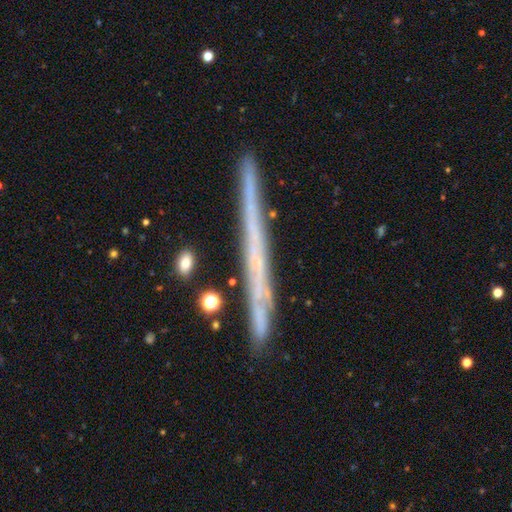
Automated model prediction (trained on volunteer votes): Smooth or featured?
  - featured or disk: 61% *
  - smooth: 29%
  - star or artifact: 10%
Edge-on disk?
  - yes: 95% *
  - no: 5%
Edge-on bulge?
  - none: 90% *
  - rounded: 7%
  - boxy: 3%
Merging?
  - none: 86% *
  - minor disturbance: 10%
  - merger: 2%
  - major disturbance: 2%